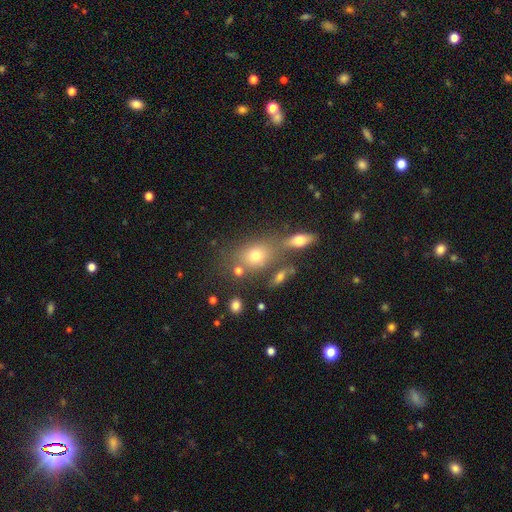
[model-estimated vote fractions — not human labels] smooth 69%, featured or disk 17%, star or artifact 14%. Down the decision tree: how rounded — in between (61%); merging — none (59%).